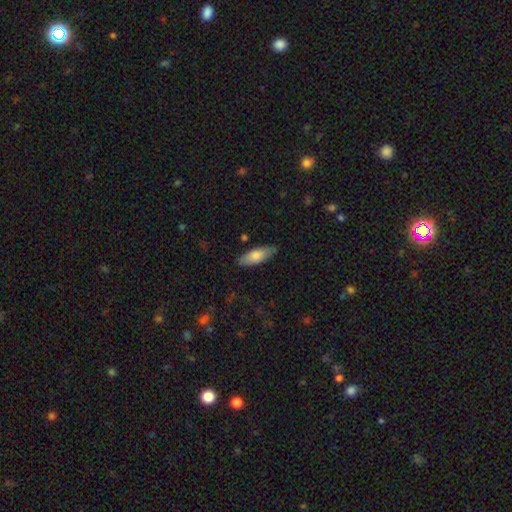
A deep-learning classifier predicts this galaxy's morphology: Smooth or featured? smooth (78%)
How rounded? in between (65%)
Merging? none (84%)